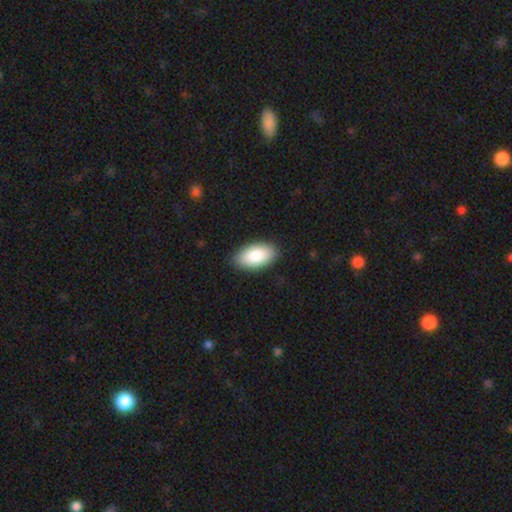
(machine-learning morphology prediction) smooth-or-featured: smooth: 86% | featured or disk: 8% | star or artifact: 6%
  how-rounded: in between: 95% | round: 2% | cigar-shaped: 2%
  merging: none: 88% | minor disturbance: 9% | major disturbance: 2% | merger: 1%